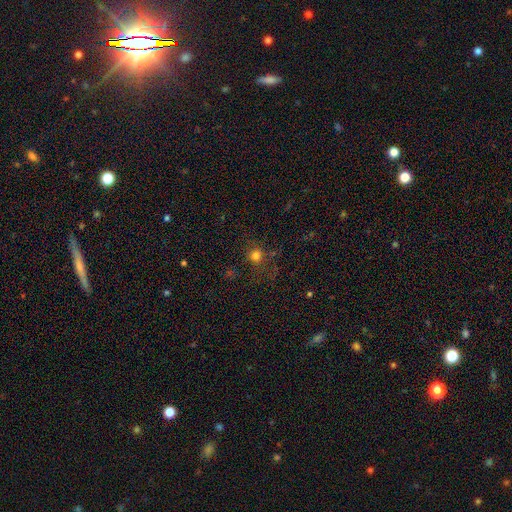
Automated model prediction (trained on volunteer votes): This is likely a smooth galaxy (69%). How rounded: clearly round (86%). Merging: likely none (73%).